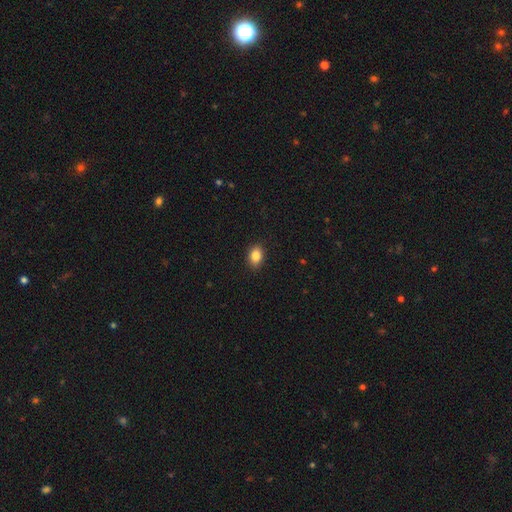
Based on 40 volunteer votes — Smooth or featured?
  - smooth: 82% *
  - star or artifact: 12%
  - featured or disk: 5%
How rounded?
  - in between: 79% *
  - round: 21%
  - cigar-shaped: 0%
Merging?
  - none: 94% *
  - minor disturbance: 6%
  - major disturbance: 0%
  - merger: 0%